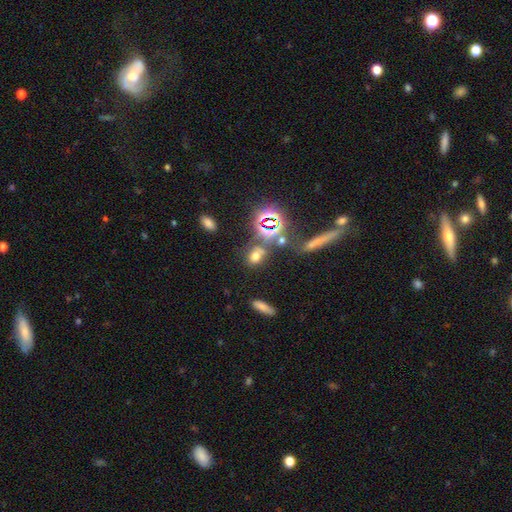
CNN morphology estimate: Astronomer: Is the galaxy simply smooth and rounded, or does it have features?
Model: smooth — 59%.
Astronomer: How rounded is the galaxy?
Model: in between — 61%.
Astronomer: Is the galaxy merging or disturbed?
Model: none — 60%.